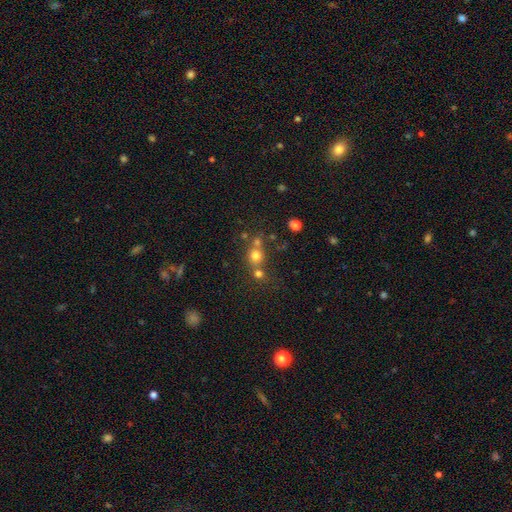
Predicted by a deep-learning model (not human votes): smooth 71%, star or artifact 18%, featured or disk 11%. Down the decision tree: how rounded — round (85%); merging — none (52%).